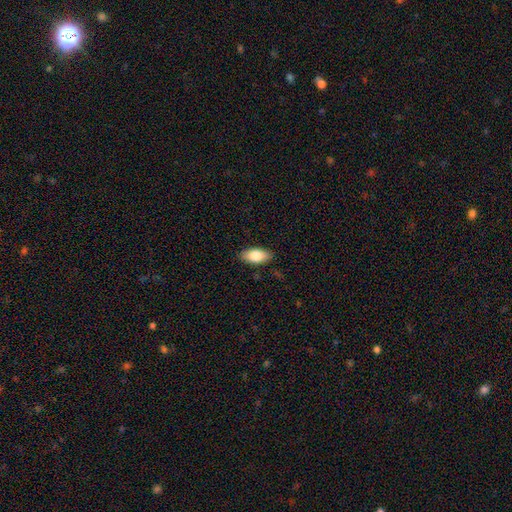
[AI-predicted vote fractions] This appears to be a smooth galaxy with no disk features (83%) that is in between round and cigar-shaped (91%). Merging: none (87%).